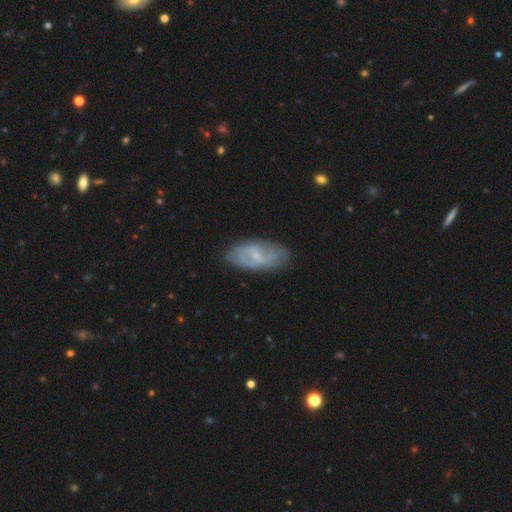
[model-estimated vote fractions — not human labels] Q: Smooth or featured?
A: featured or disk (63%); runner-up: smooth (30%)
Q: Edge-on disk?
A: no (93%); runner-up: yes (7%)
Q: Bar?
A: weak (58%); runner-up: no (25%)
Q: Spiral arms?
A: yes (72%); runner-up: no (28%)
Q: Bulge size?
A: small (63%); runner-up: moderate (21%)
Q: Merging?
A: none (76%); runner-up: minor disturbance (17%)